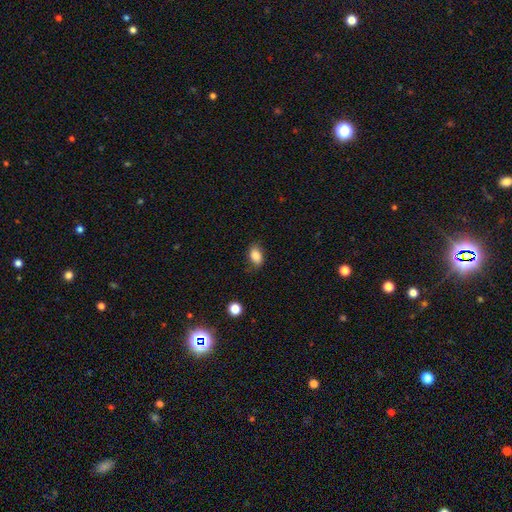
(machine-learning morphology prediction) Smooth or featured: smooth — 85% (star or artifact — 9%)
How rounded: in between — 88% (round — 10%)
Merging: none — 77% (minor disturbance — 18%)